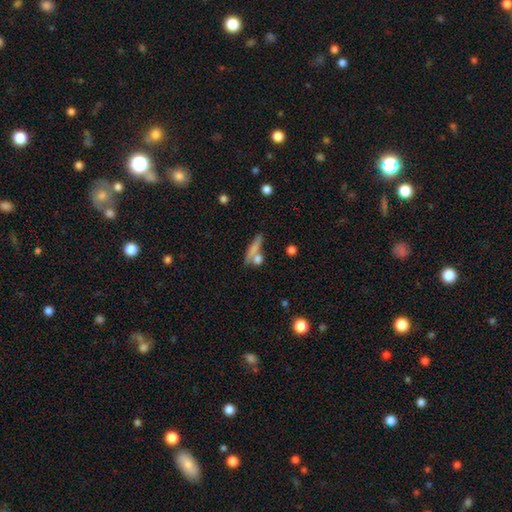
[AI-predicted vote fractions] Smooth or featured?
  - smooth: 71% *
  - featured or disk: 20%
  - star or artifact: 9%
How rounded?
  - cigar-shaped: 61% *
  - in between: 23%
  - round: 16%
Merging?
  - none: 53% *
  - merger: 27%
  - minor disturbance: 13%
  - major disturbance: 7%